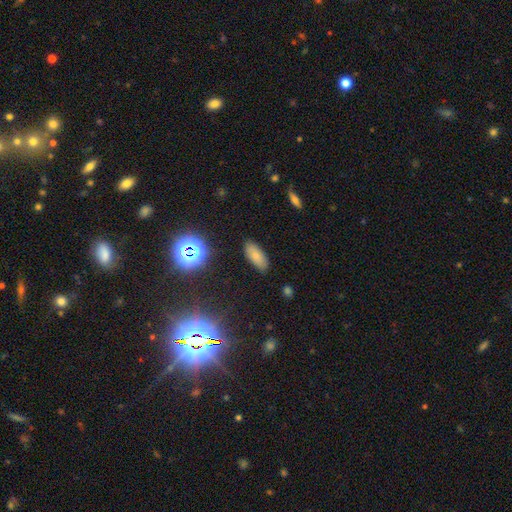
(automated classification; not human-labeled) Smooth or featured? smooth (74%)
How rounded? in between (86%)
Merging? none (85%)